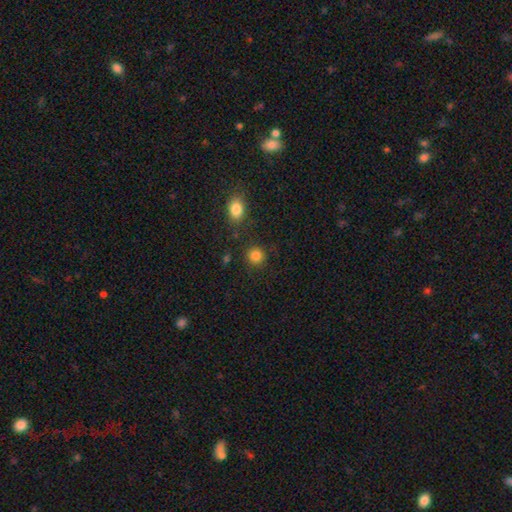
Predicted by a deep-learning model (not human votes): A smooth galaxy with no disk features (85%) that is round (90%). Merging: none (85%).